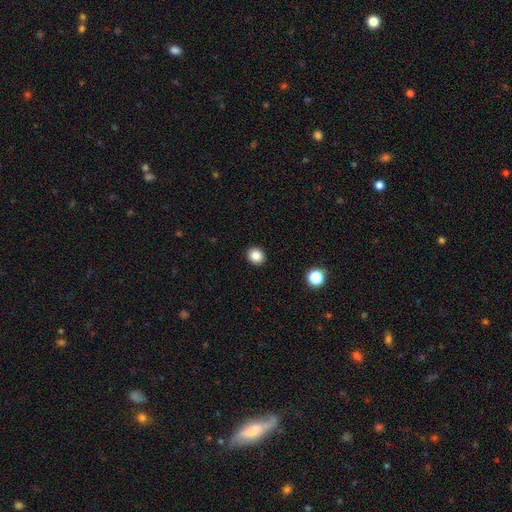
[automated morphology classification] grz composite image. It shows a smooth galaxy with no disk features (85%) that is round (80%). Merging: none (92%).